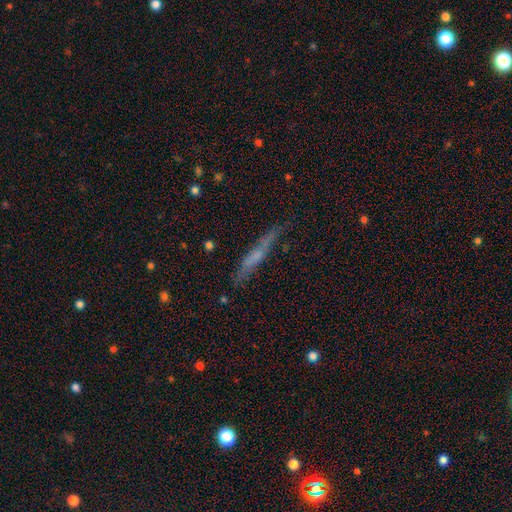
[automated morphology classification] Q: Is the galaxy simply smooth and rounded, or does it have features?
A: featured or disk — 49%.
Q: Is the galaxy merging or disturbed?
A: none — 77%.